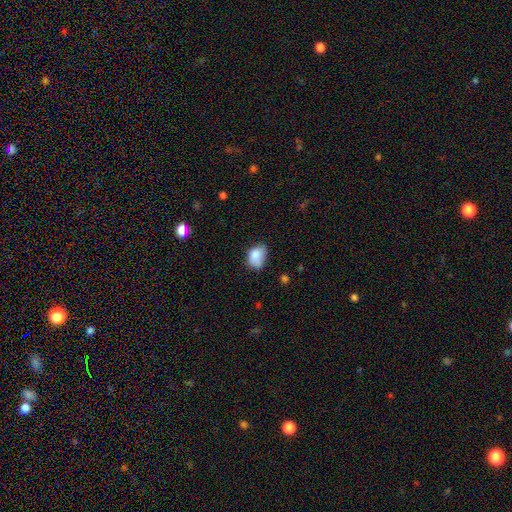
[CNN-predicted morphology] Q: Smooth or featured?
A: smooth (81%); runner-up: featured or disk (10%)
Q: How rounded?
A: in between (74%); runner-up: round (25%)
Q: Merging?
A: none (45%); runner-up: minor disturbance (39%)